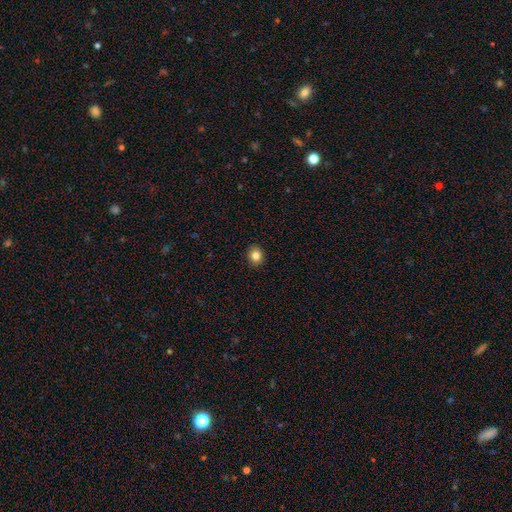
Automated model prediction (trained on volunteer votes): Q: Smooth or featured?
A: smooth (83%); runner-up: star or artifact (11%)
Q: How rounded?
A: round (73%); runner-up: in between (26%)
Q: Merging?
A: none (91%); runner-up: minor disturbance (6%)